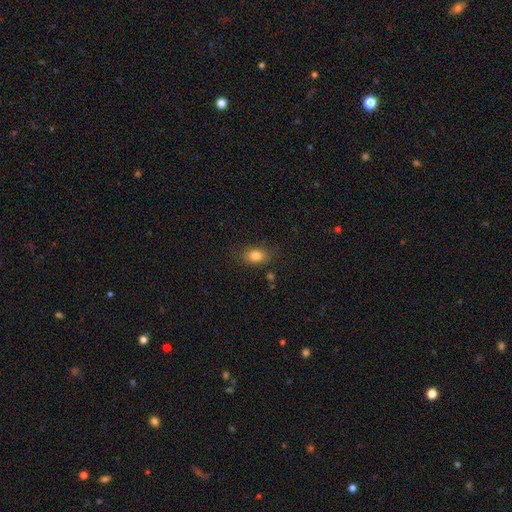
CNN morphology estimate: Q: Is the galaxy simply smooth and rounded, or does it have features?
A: smooth — 81%.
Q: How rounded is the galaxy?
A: in between — 79%.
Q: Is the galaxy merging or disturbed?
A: none — 79%.